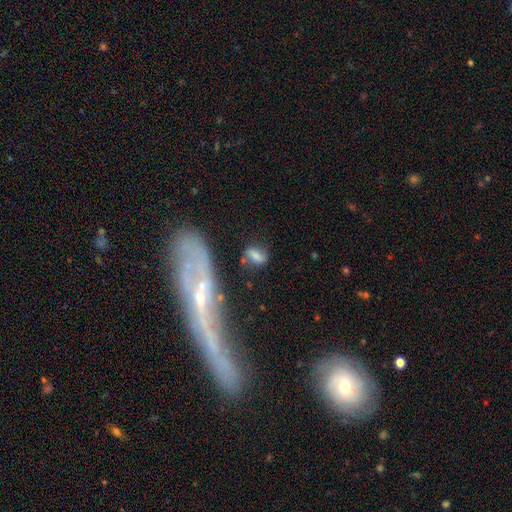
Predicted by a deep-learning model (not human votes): Smooth or featured: smooth — 62% (featured or disk — 27%)
How rounded: in between — 79% (round — 13%)
Merging: none — 61% (minor disturbance — 21%)